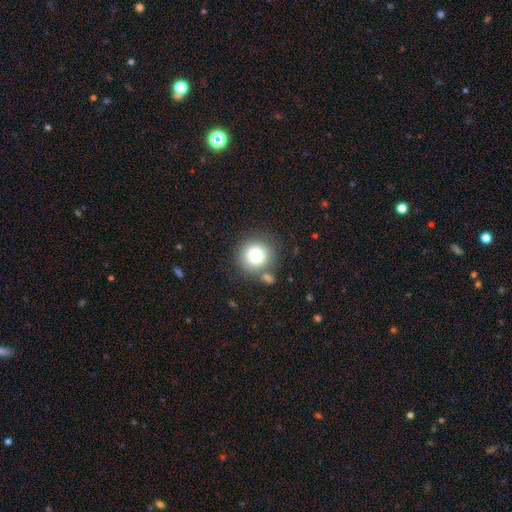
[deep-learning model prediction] Morphology: type=smooth (78%); roundness=round (93%); merging=none (78%).